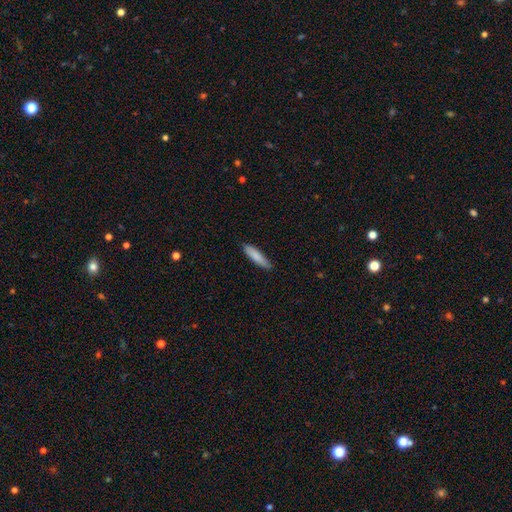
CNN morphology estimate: Q: Smooth or featured?
A: smooth (85%); runner-up: featured or disk (10%)
Q: How rounded?
A: cigar-shaped (76%); runner-up: in between (22%)
Q: Merging?
A: none (87%); runner-up: minor disturbance (10%)